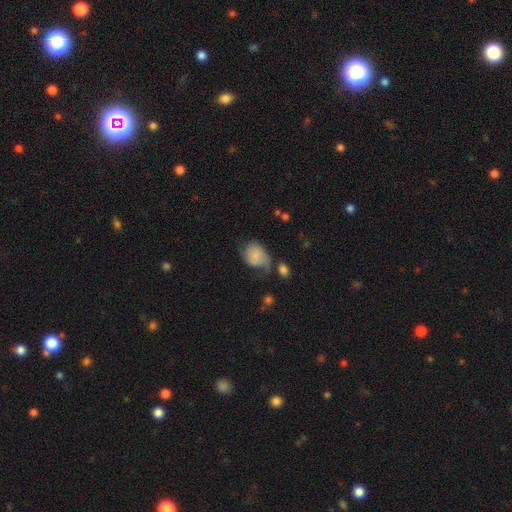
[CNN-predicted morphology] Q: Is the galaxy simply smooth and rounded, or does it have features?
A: smooth — 71%.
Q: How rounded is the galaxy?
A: in between — 58%.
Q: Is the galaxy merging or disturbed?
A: none — 33%.